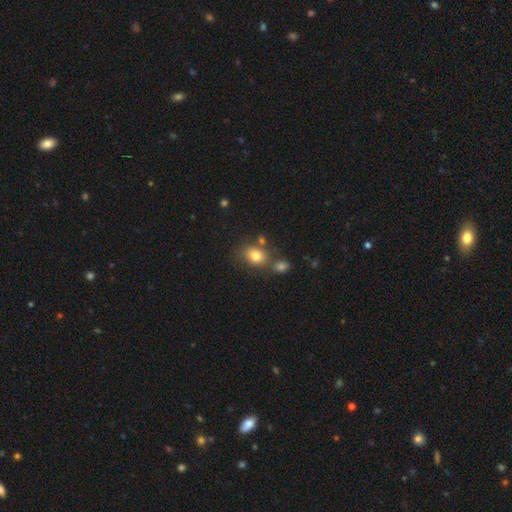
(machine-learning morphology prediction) smooth_or_featured: smooth (p=0.80) [alt: star or artifact p=0.11]
how_rounded: in between (p=0.58) [alt: round p=0.41]
merging: none (p=0.61) [alt: merger p=0.21]